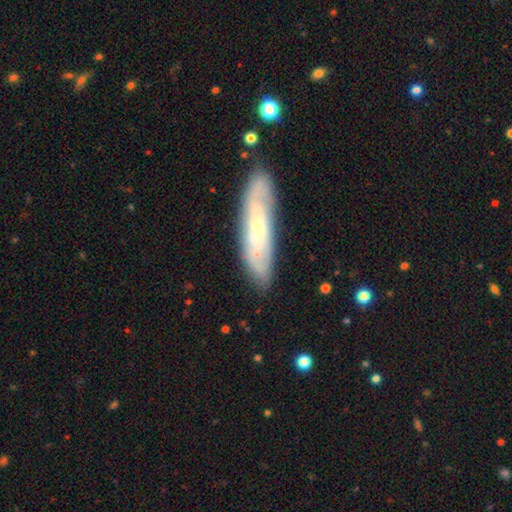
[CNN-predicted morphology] This is possibly a featured or disk galaxy (58%). It is likely not viewed edge-on (70%). Merging: likely none (79%).